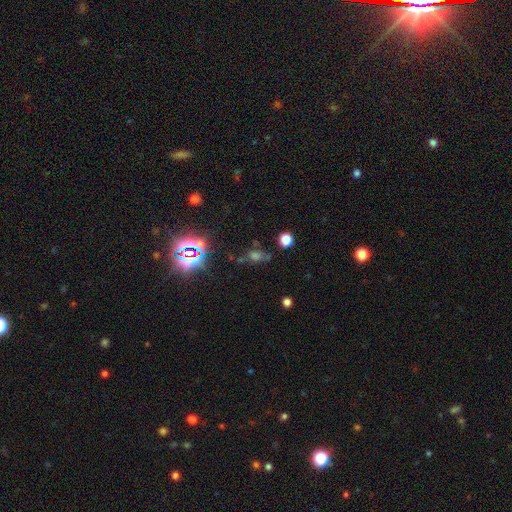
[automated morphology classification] A star or artifact, not a galaxy (51%).

Vote fractions:
- Smooth or featured? star or artifact: 51% / smooth: 33% / featured or disk: 15%